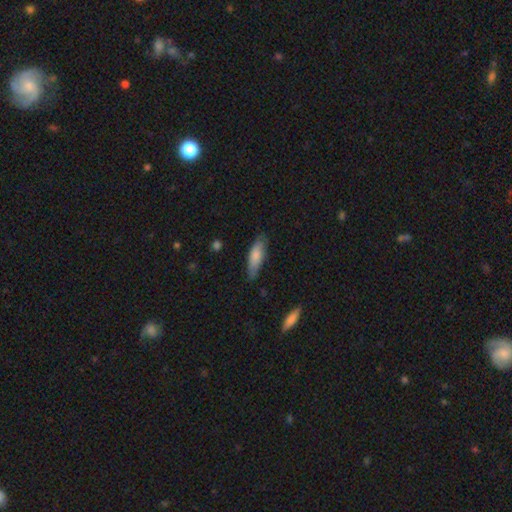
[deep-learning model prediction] smooth-or-featured: smooth: 79% | featured or disk: 15% | star or artifact: 6%
  how-rounded: in between: 54% | cigar-shaped: 44% | round: 2%
  merging: none: 73% | minor disturbance: 22% | major disturbance: 4% | merger: 2%